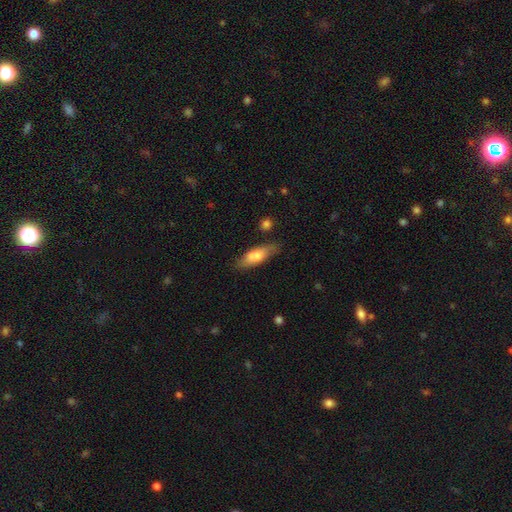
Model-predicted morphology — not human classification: Smooth or featured? Predicted: smooth (p=0.68). How rounded? Predicted: in between (p=0.54). Merging? Predicted: none (p=0.71).